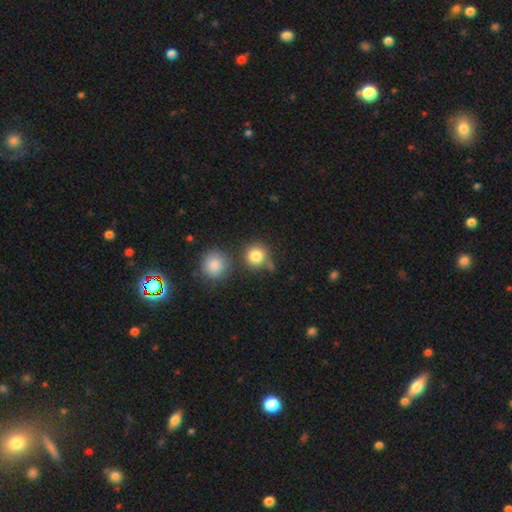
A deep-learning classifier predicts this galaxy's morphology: smooth-or-featured: smooth: 83% | star or artifact: 10% | featured or disk: 6%
  how-rounded: round: 91% | in between: 8% | cigar-shaped: 1%
  merging: none: 70% | merger: 15% | minor disturbance: 11% | major disturbance: 4%